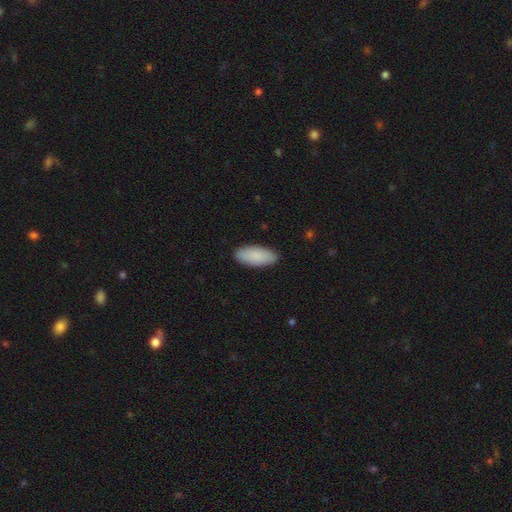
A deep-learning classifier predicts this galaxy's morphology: Q: Smooth or featured?
A: smooth (89%); runner-up: featured or disk (6%)
Q: How rounded?
A: in between (83%); runner-up: cigar-shaped (15%)
Q: Merging?
A: none (89%); runner-up: minor disturbance (9%)